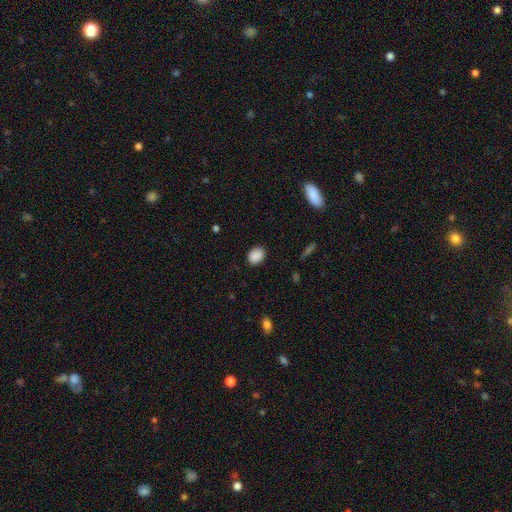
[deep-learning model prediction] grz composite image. It shows a smooth galaxy with no disk features (89%) that is in between round and cigar-shaped (62%). Merging: none (87%).